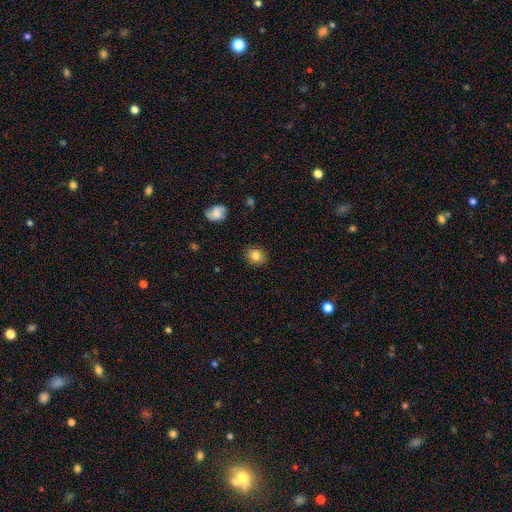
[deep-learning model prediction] smooth_or_featured: smooth (p=0.82) [alt: star or artifact p=0.10]
how_rounded: round (p=0.65) [alt: in between p=0.34]
merging: none (p=0.88) [alt: minor disturbance p=0.09]